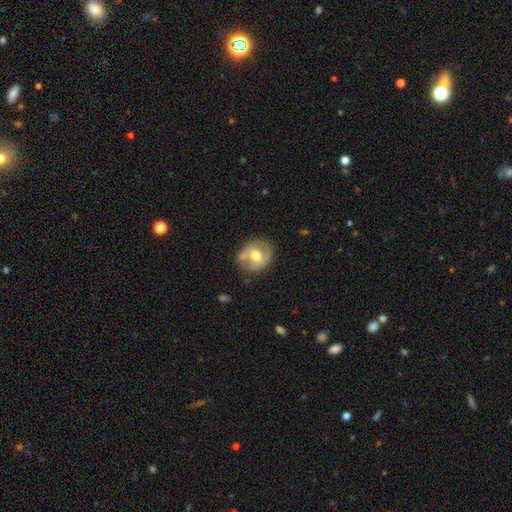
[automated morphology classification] smooth_or_featured: featured or disk (p=0.48) [alt: smooth p=0.45]
merging: none (p=0.64) [alt: minor disturbance p=0.22]